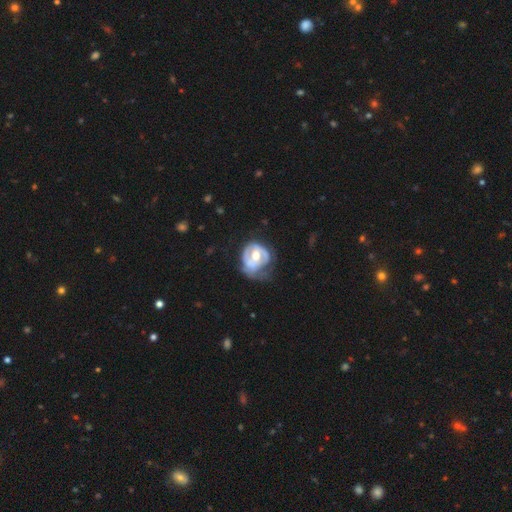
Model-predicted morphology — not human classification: Smooth or featured? Predicted: featured or disk (p=0.68). Edge-on disk? Predicted: no (p=0.97). Bar? Predicted: no (p=0.55). Spiral arms? Predicted: yes (p=0.60). Bulge size? Predicted: moderate (p=0.73). Merging? Predicted: none (p=0.39).